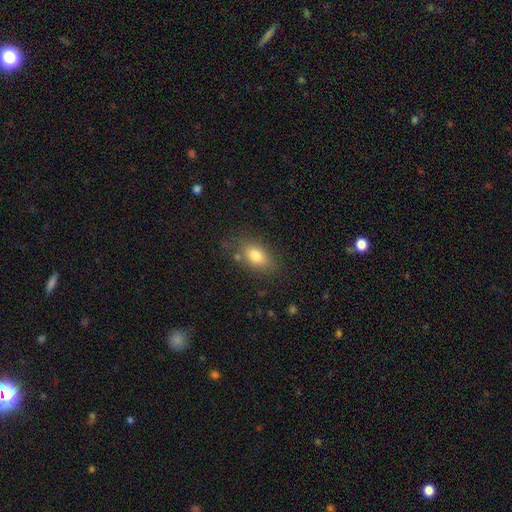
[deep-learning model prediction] Smooth or featured? Predicted: smooth (p=0.79). How rounded? Predicted: in between (p=0.83). Merging? Predicted: none (p=0.75).